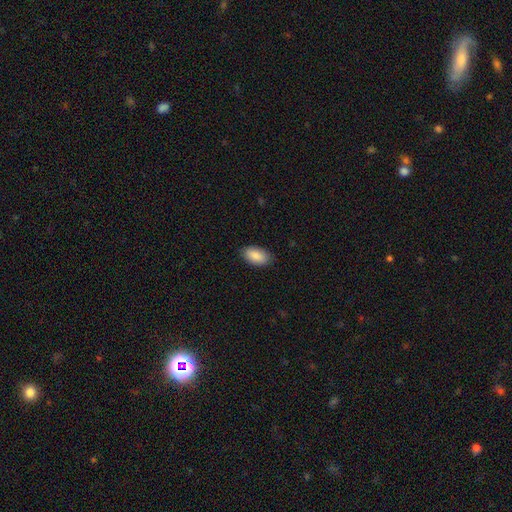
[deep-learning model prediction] The model was most divided on "merging": none: 86%, minor disturbance: 11%, major disturbance: 2%, merger: 1%. More confident: how rounded — in between (94%); smooth or featured — smooth (88%).